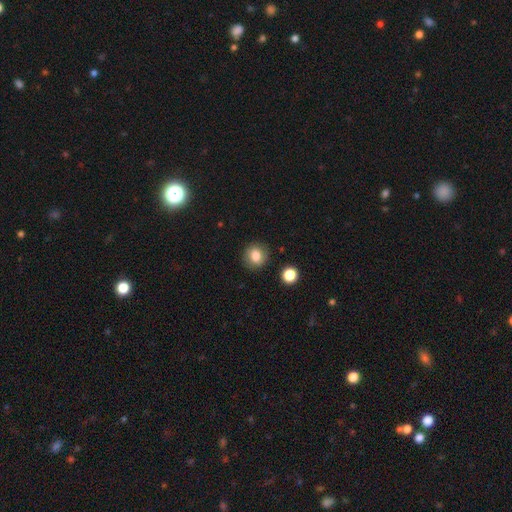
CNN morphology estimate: Q: Smooth or featured?
A: smooth (81%); runner-up: star or artifact (10%)
Q: How rounded?
A: round (86%); runner-up: in between (13%)
Q: Merging?
A: none (87%); runner-up: minor disturbance (8%)